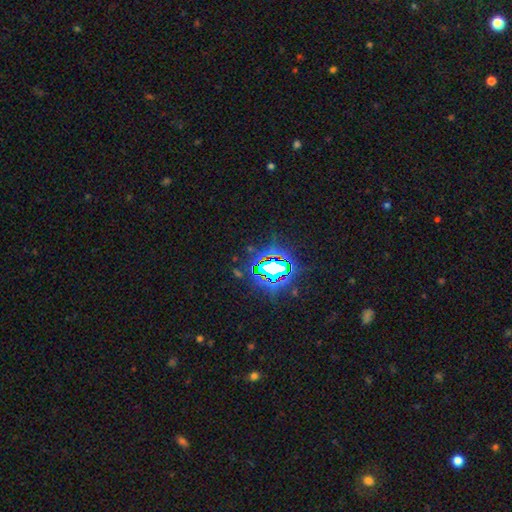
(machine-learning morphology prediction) Smooth or featured? Predicted: star or artifact (p=0.84).